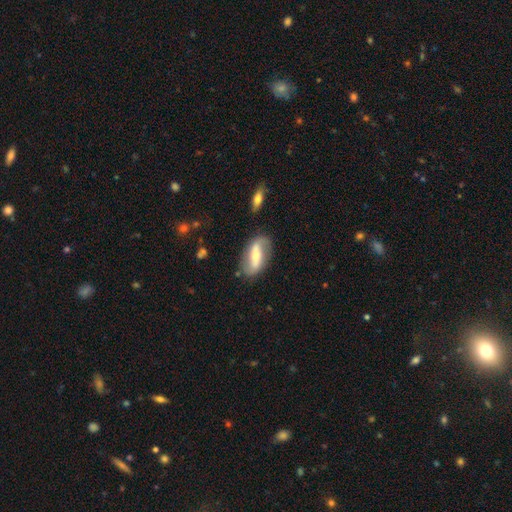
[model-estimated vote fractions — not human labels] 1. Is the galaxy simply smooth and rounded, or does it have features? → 69% featured or disk, 26% smooth, 6% star or artifact.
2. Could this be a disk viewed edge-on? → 89% no, 11% yes.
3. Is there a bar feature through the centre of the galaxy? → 51% strong, 28% weak, 21% no.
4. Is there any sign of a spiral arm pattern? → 79% yes, 21% no.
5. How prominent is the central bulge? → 55% moderate, 37% small, 5% large, 2% none, 1% dominant.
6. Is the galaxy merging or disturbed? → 80% none, 14% minor disturbance, 4% major disturbance, 2% merger.